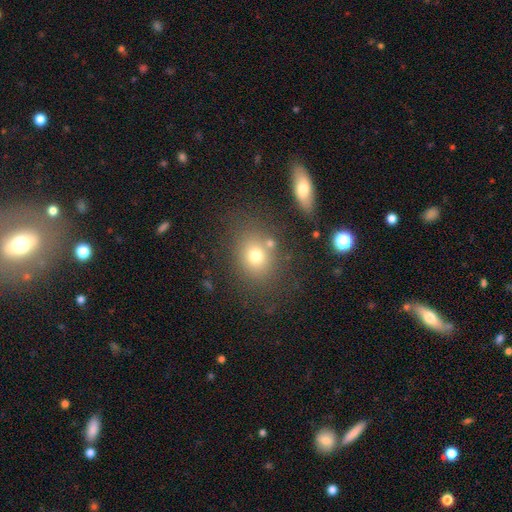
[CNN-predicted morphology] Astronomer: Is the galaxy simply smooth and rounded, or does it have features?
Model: smooth — 72%.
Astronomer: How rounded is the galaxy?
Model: round — 51% (runner-up: in between, 48%).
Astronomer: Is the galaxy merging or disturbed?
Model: none — 72%.